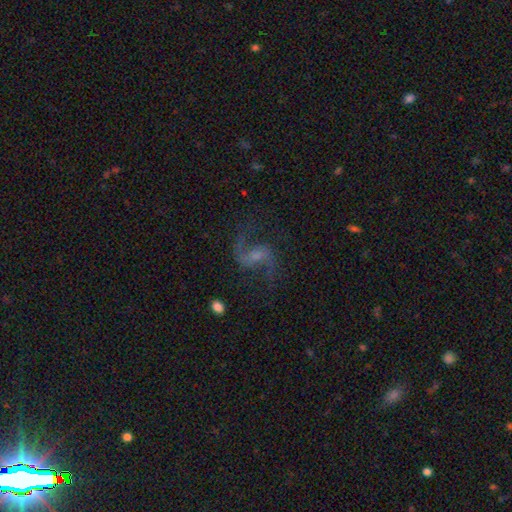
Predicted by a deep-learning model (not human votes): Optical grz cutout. It shows a featured or disk galaxy (86%) with a weak bar (48%), 2 (93%) loose (65%) spiral arms (97%) and a small central bulge (54%). Merging: none (77%).